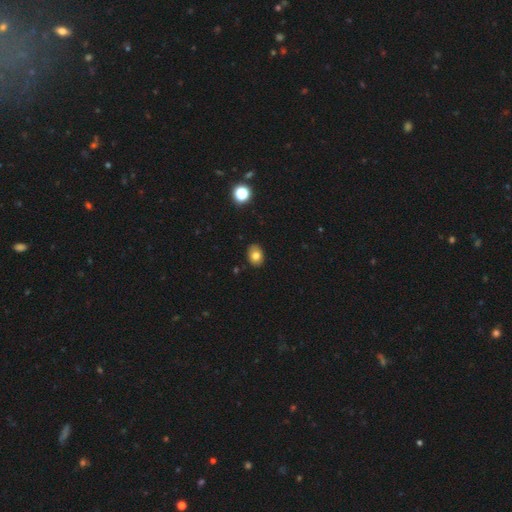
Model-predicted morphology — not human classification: Smooth or featured: smooth — 78% (featured or disk — 11%)
How rounded: in between — 69% (round — 30%)
Merging: none — 87% (minor disturbance — 10%)